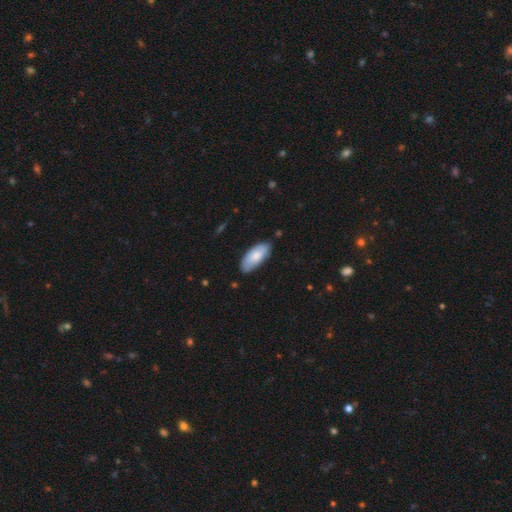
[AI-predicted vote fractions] This appears to be a smooth galaxy with no disk features (79%) that is in between round and cigar-shaped (88%). Merging: none (81%).